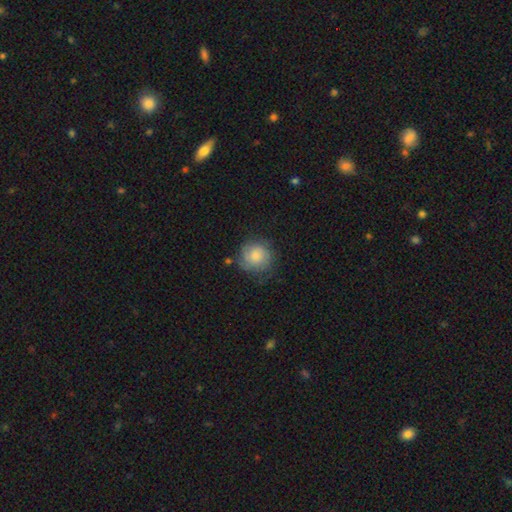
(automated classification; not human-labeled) smooth 60%, featured or disk 32%, star or artifact 8%. Down the decision tree: how rounded — round (89%); merging — none (68%).